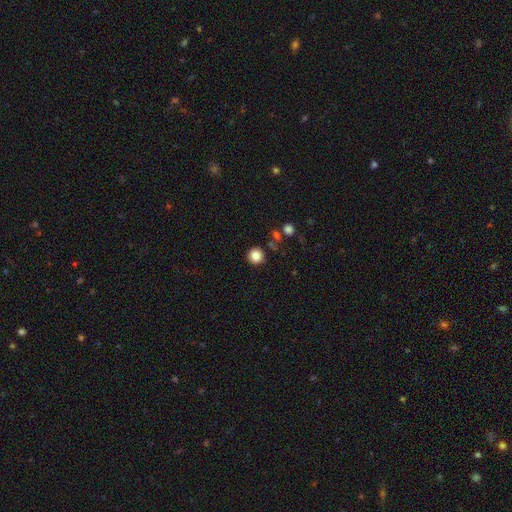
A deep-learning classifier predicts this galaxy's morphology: Smooth or featured?
  - smooth: 83% *
  - star or artifact: 11%
  - featured or disk: 6%
How rounded?
  - round: 94% *
  - in between: 5%
  - cigar-shaped: 1%
Merging?
  - none: 88% *
  - minor disturbance: 7%
  - merger: 3%
  - major disturbance: 2%